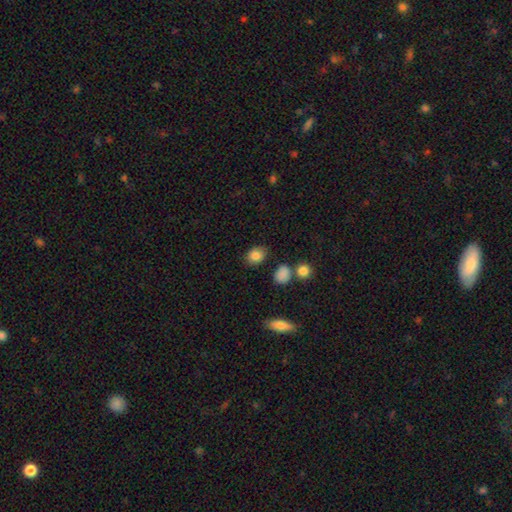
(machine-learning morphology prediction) Smooth or featured: smooth — 84% (star or artifact — 9%)
How rounded: in between — 62% (round — 36%)
Merging: none — 79% (minor disturbance — 13%)